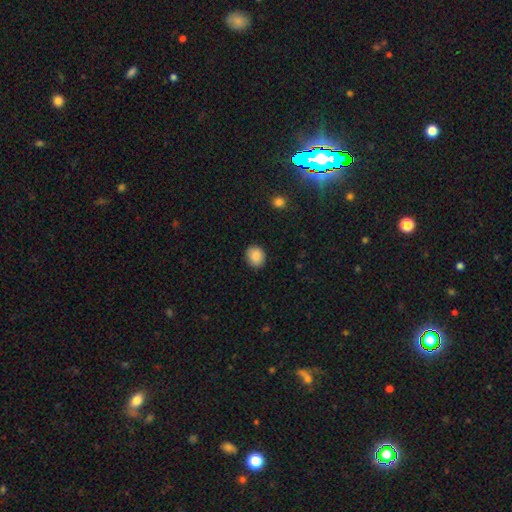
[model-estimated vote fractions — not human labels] Overall: smooth (88%). How rounded: round (66%; in between 33%). Merging: none (88%).